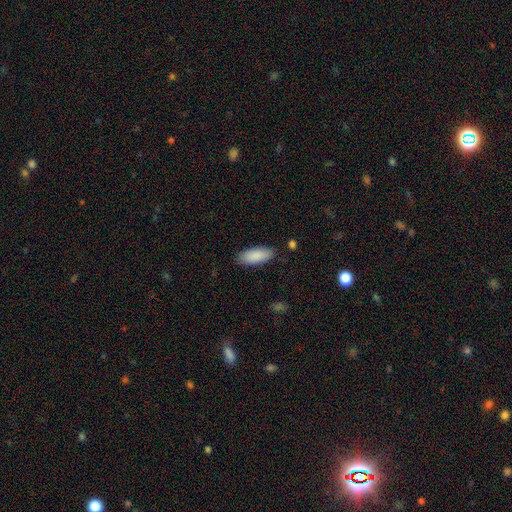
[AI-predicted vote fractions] smooth 89%, star or artifact 6%, featured or disk 5%. Down the decision tree: how rounded — in between (79%); merging — none (86%).